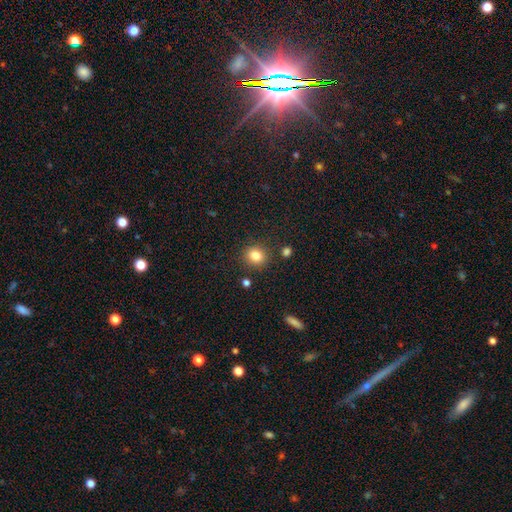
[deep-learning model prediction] Smooth or featured? smooth (83%)
How rounded? round (82%)
Merging? none (86%)